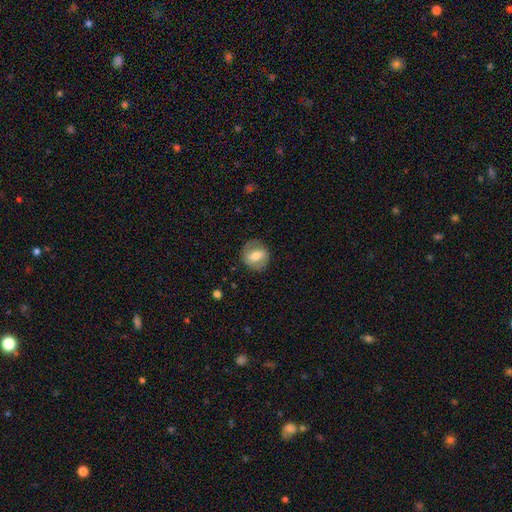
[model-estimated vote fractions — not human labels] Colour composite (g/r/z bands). It shows a smooth galaxy with no disk features (50%). Merging: none (80%).